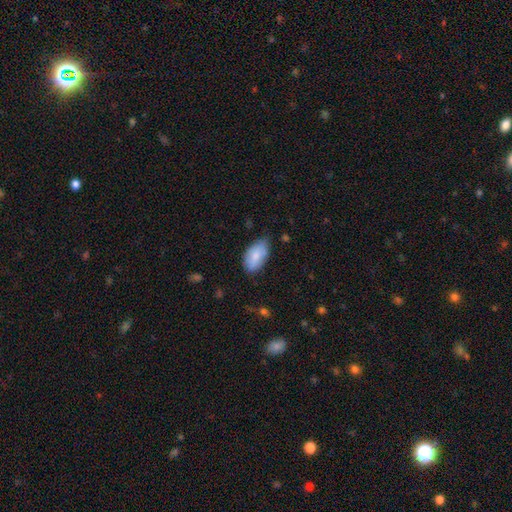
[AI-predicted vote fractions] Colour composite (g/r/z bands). It shows a smooth galaxy with no disk features (82%) that is in between round and cigar-shaped (94%). Merging: none (62%).